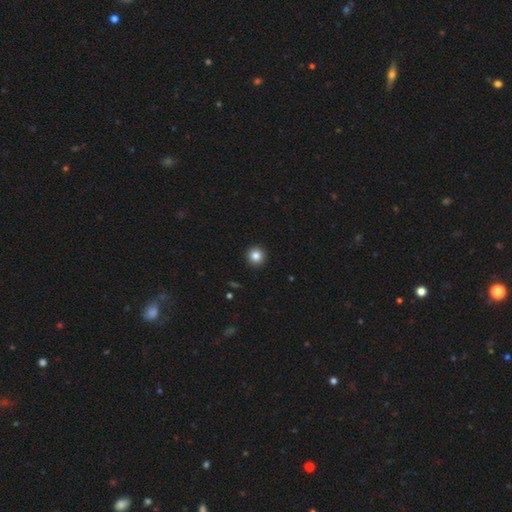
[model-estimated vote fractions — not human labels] Overall: smooth (83%). How rounded: round (96%). Merging: none (94%).